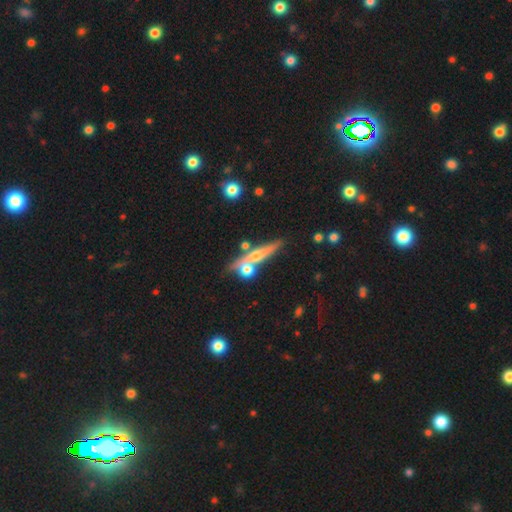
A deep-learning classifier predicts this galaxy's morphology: smooth-or-featured: featured or disk: 52% | smooth: 39% | star or artifact: 9%
  disk-edge-on: yes: 86% | no: 14%
  merging: none: 60% | merger: 24% | minor disturbance: 12% | major disturbance: 4%